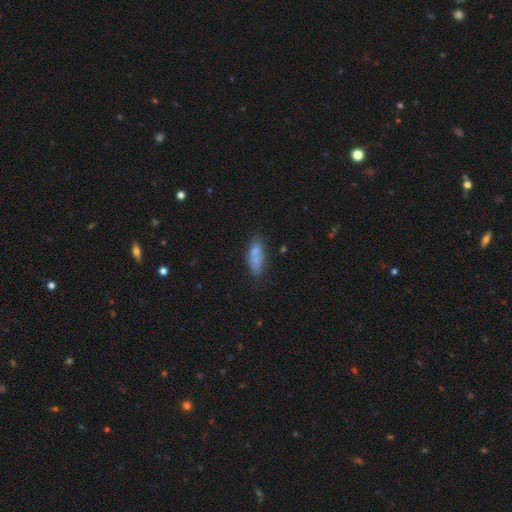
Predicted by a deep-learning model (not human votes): smooth 74%, featured or disk 17%, star or artifact 9%. Down the decision tree: how rounded — in between (70%); merging — none (58%).